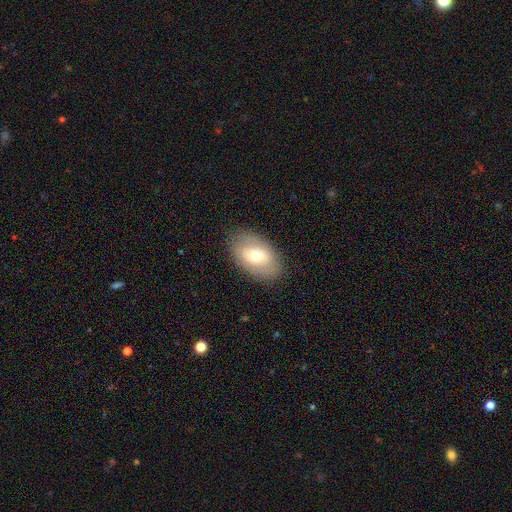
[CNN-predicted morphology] A smooth galaxy with no disk features (56%) that is in between round and cigar-shaped (89%). Merging: none (83%).